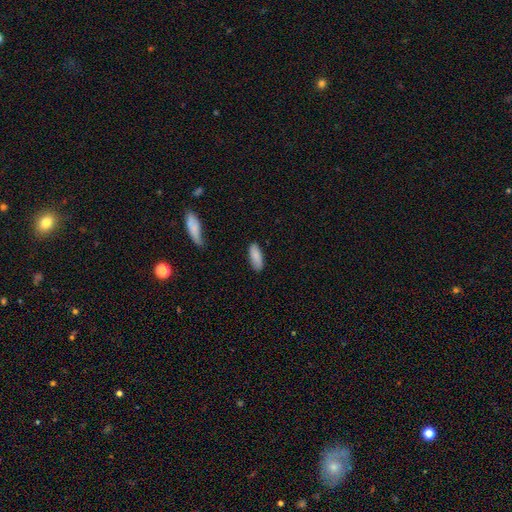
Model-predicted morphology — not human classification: A smooth galaxy with no disk features (88%) that is in between round and cigar-shaped (72%).

Vote fractions:
- Smooth or featured? smooth: 88% / featured or disk: 6% / star or artifact: 6%
- How rounded? in between: 72% / cigar-shaped: 26% / round: 2%
- Merging? none: 82% / minor disturbance: 14% / major disturbance: 2% / merger: 2%